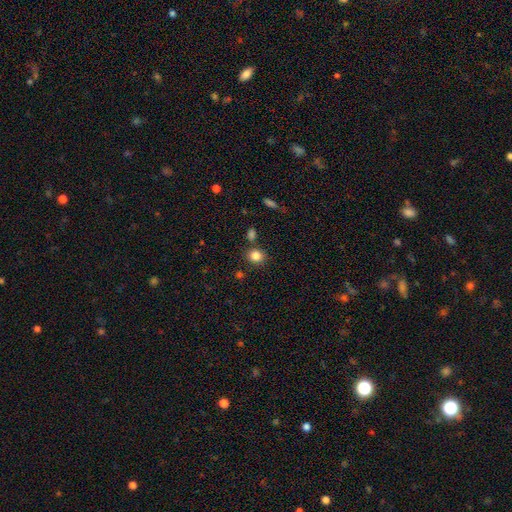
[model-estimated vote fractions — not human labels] This appears to be a smooth galaxy with no disk features (83%) that is round (77%). Merging: none (81%).